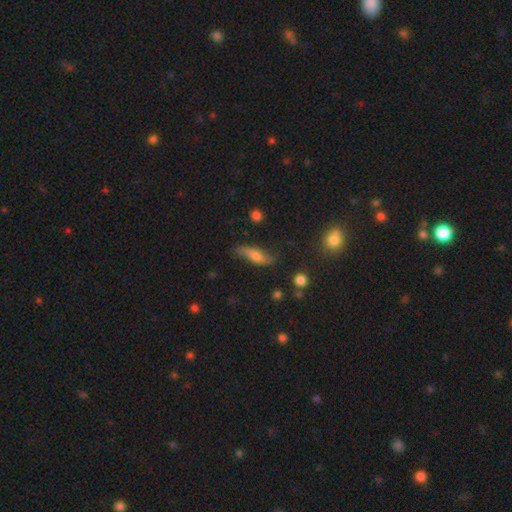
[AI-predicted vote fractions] smooth 60%, featured or disk 32%, star or artifact 8%. Down the decision tree: how rounded — cigar-shaped (54%); merging — none (73%).